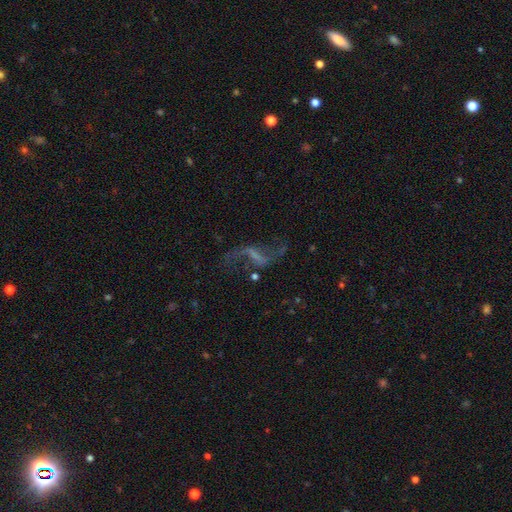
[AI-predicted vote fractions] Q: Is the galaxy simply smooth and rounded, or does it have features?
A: featured or disk — 80%.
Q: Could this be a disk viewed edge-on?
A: no — 95%.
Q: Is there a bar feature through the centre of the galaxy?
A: strong — 43%.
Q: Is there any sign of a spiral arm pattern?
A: yes — 89%.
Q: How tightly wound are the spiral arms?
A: loose — 90%.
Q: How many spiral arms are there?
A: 2 — 91%.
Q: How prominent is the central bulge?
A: none — 60%.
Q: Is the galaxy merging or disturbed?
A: none — 64%.